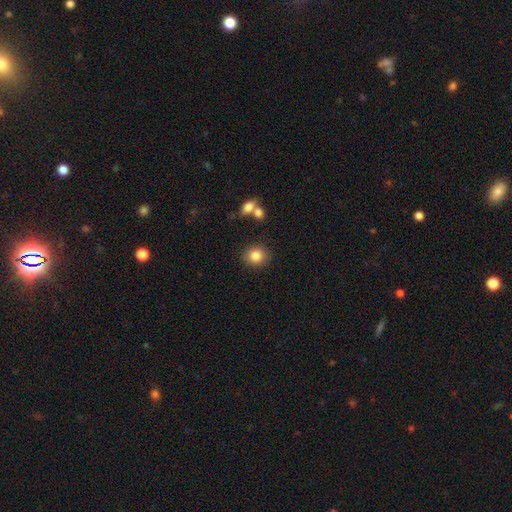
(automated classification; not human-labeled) A smooth galaxy with no disk features (84%) that is round (79%). Merging: none (85%).